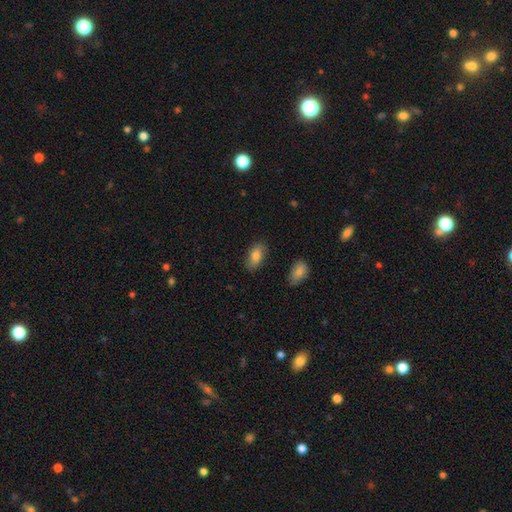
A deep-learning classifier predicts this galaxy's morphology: This appears to be a smooth galaxy with no disk features (83%) that is in between round and cigar-shaped (92%). Merging: none (83%).